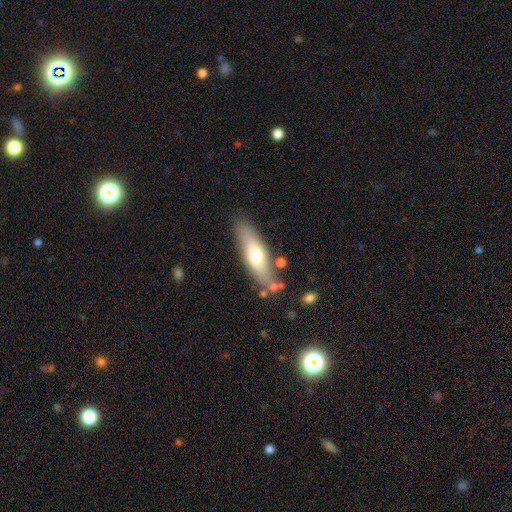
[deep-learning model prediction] This appears to be a smooth galaxy with no disk features (60%) that is cigar-shaped (59%). Merging: none (79%).